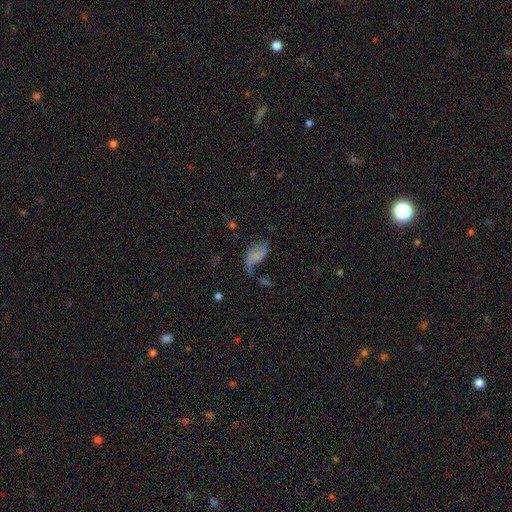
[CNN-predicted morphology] Smooth or featured: smooth — 48% (featured or disk — 39%)
Merging: major disturbance — 38% (none — 27%)